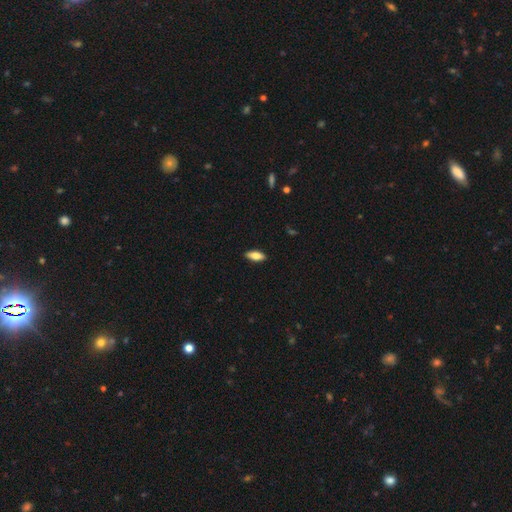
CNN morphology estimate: Smooth or featured? smooth (77%)
How rounded? in between (81%)
Merging? none (89%)